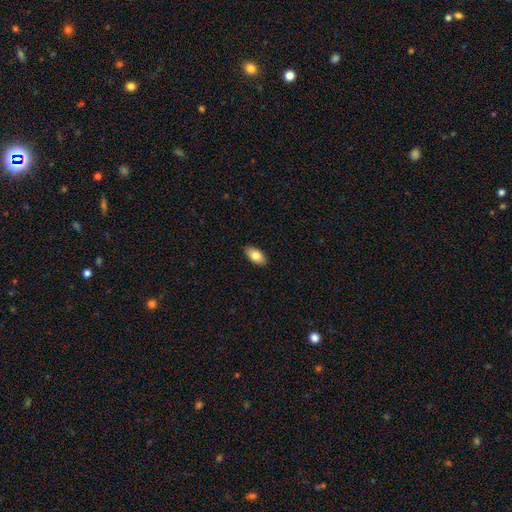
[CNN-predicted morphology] This is clearly a smooth galaxy (80%). How rounded: clearly in between (92%). Merging: clearly none (89%).